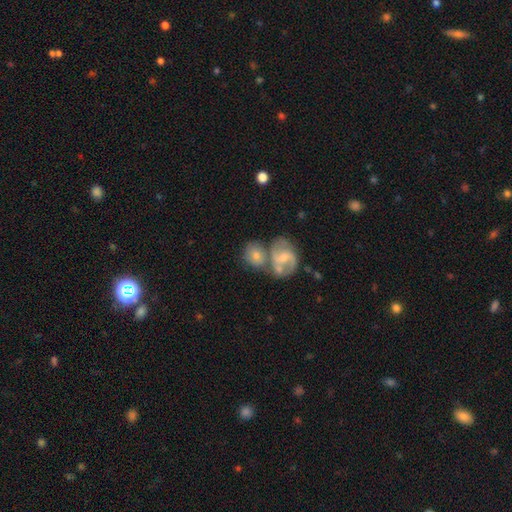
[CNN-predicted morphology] Overall: smooth (53%; featured or disk 40%). How rounded: round (60%; in between 39%). Merging: merger (44%; none 39%).